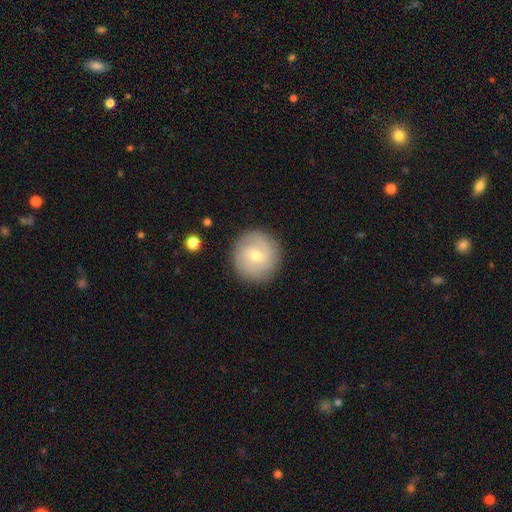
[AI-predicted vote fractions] Morphology: type=featured or disk (58%); edge-on=no (97%); bar=no (51%); spiral arms=yes (83%); bulge=small (56%); merging=none (88%).